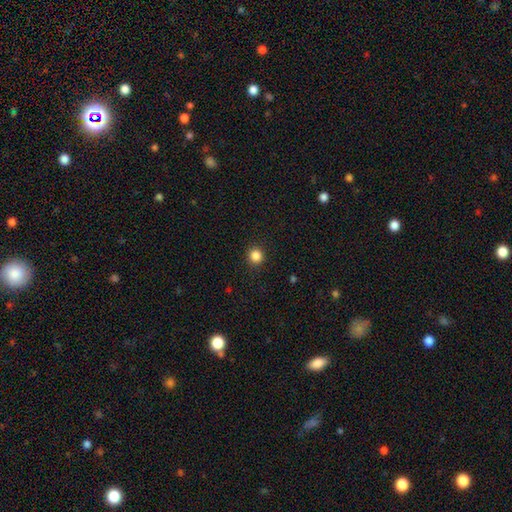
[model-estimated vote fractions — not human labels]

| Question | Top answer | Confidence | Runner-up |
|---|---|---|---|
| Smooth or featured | smooth | 85% | star or artifact (11%) |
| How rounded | round | 93% | in between (6%) |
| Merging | none | 92% | minor disturbance (5%) |